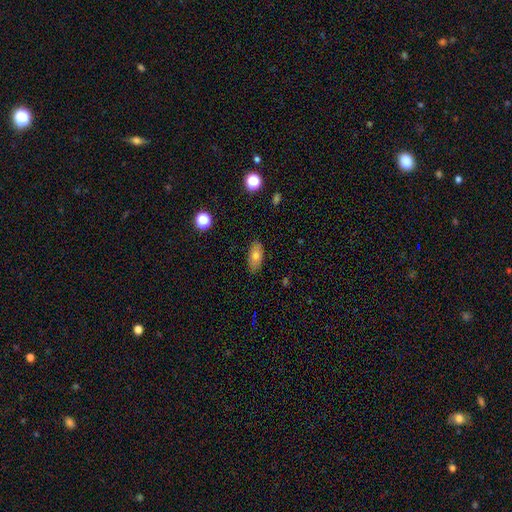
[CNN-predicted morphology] type=smooth (70%); roundness=in between (89%); merging=none (85%).